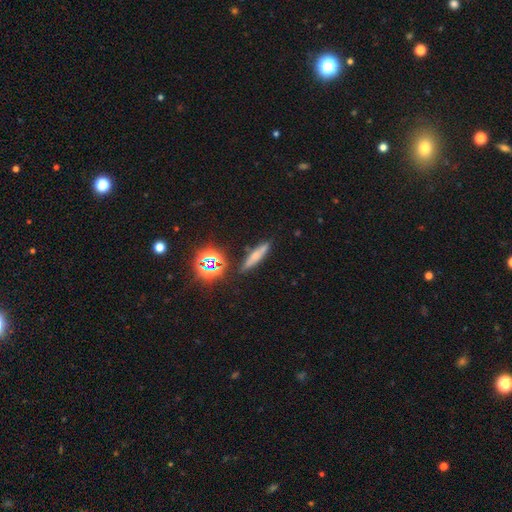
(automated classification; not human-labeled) Smooth or featured? Predicted: smooth (p=0.59). How rounded? Predicted: cigar-shaped (p=0.81). Merging? Predicted: none (p=0.81).